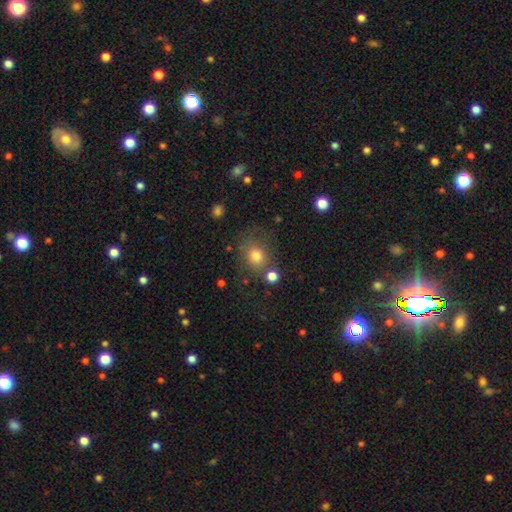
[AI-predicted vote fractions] Smooth or featured? Predicted: smooth (p=0.75). How rounded? Predicted: round (p=0.67). Merging? Predicted: none (p=0.67).